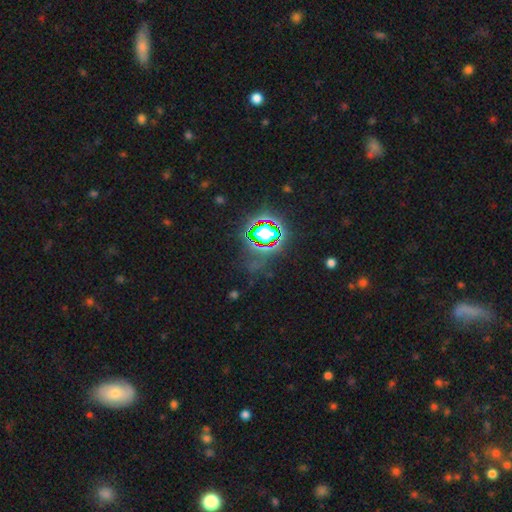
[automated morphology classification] Overall: star or artifact (80%).